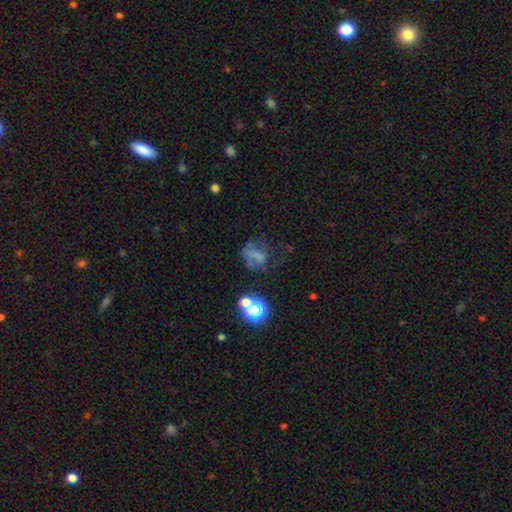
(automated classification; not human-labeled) smooth-or-featured: smooth: 41% | featured or disk: 32% | star or artifact: 27%
  merging: major disturbance: 37% | none: 34% | minor disturbance: 22% | merger: 7%